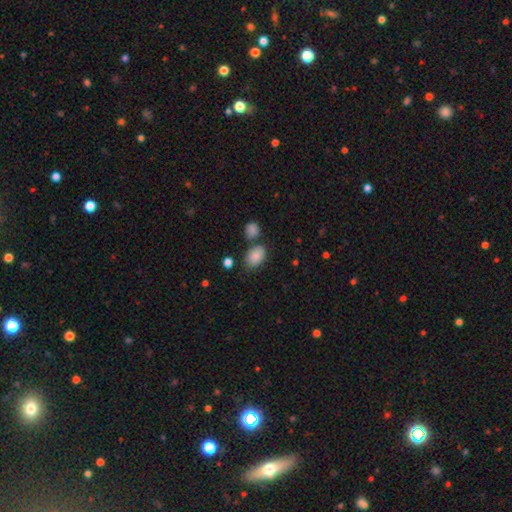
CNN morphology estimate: This is clearly a smooth galaxy (86%). How rounded: clearly in between (86%). Merging: likely none (66%).